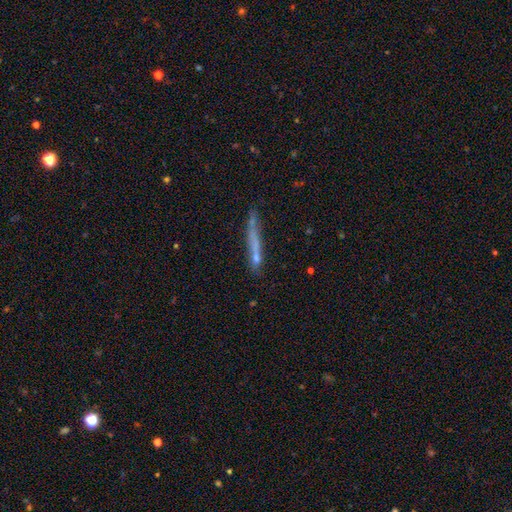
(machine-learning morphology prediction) Q: Smooth or featured?
A: smooth (54%); runner-up: featured or disk (36%)
Q: How rounded?
A: cigar-shaped (94%); runner-up: in between (4%)
Q: Merging?
A: none (61%); runner-up: minor disturbance (21%)